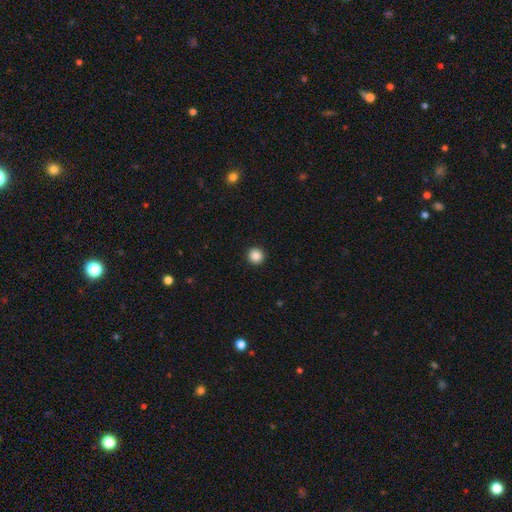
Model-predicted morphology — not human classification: This is clearly a smooth galaxy (88%). How rounded: clearly round (95%). Merging: clearly none (94%).